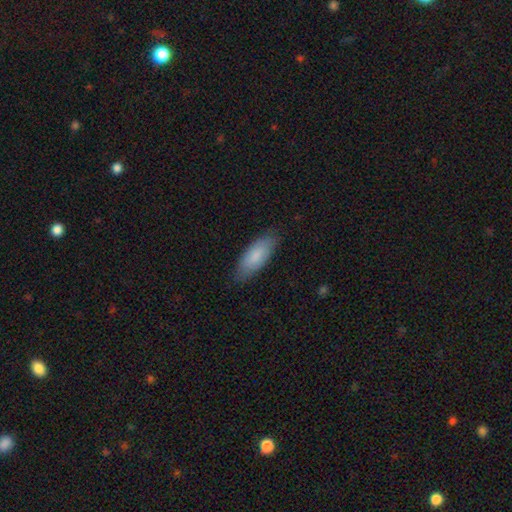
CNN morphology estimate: A smooth galaxy with no disk features (83%) that is in between round and cigar-shaped (75%). Merging: none (83%).